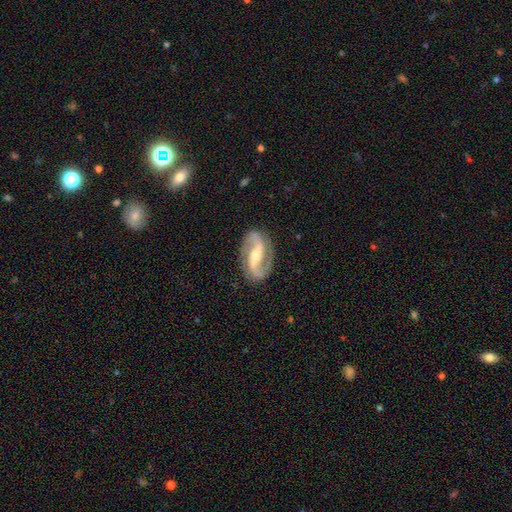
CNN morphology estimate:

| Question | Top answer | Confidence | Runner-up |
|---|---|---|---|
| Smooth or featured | featured or disk | 91% | smooth (5%) |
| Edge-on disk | no | 97% | yes (3%) |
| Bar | strong | 42% | weak (36%) |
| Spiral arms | yes | 97% | no (3%) |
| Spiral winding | medium | 50% | loose (33%) |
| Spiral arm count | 2 | 94% | can't tell (2%) |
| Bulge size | moderate | 55% | small (38%) |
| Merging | none | 86% | minor disturbance (10%) |